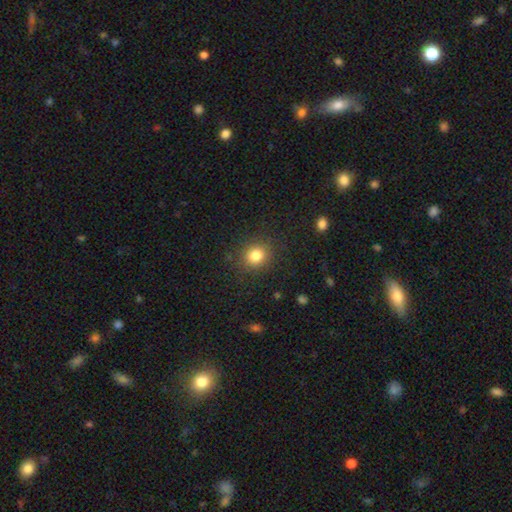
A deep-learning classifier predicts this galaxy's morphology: This is clearly a smooth galaxy (82%). How rounded: clearly round (81%). Merging: clearly none (88%).